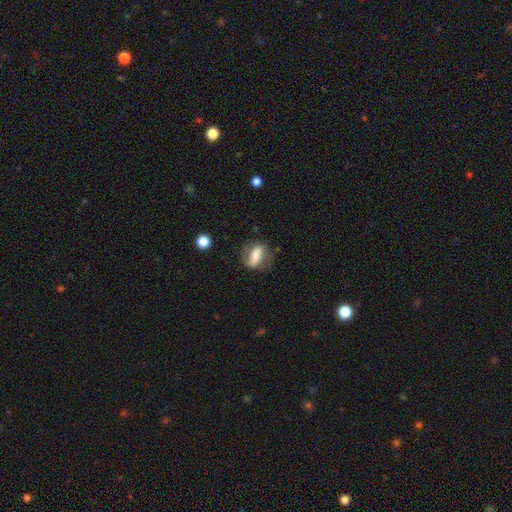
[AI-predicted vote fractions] Overall: featured or disk (53%; smooth 39%). Edge-on disk: no (88%). Merging: none (70%).